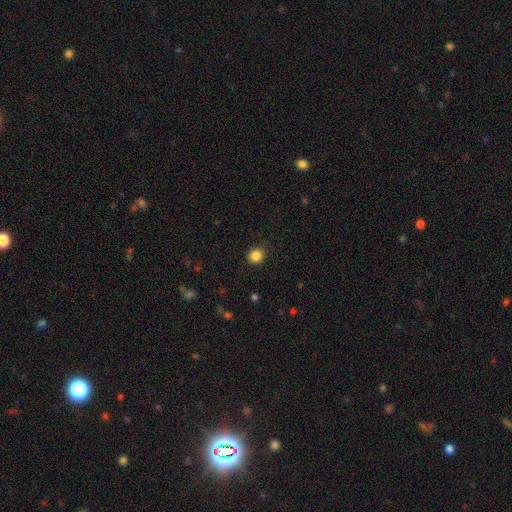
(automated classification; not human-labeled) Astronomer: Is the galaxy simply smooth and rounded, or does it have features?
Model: smooth — 86%.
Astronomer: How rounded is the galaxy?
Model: round — 90%.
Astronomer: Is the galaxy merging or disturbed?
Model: none — 91%.